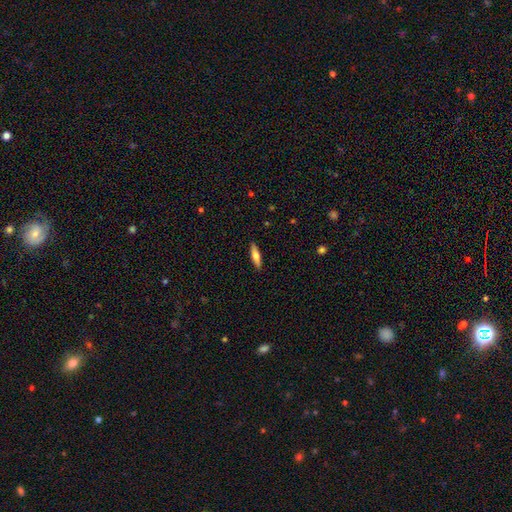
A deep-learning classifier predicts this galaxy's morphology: Smooth or featured? smooth (61%)
How rounded? cigar-shaped (71%)
Merging? none (90%)